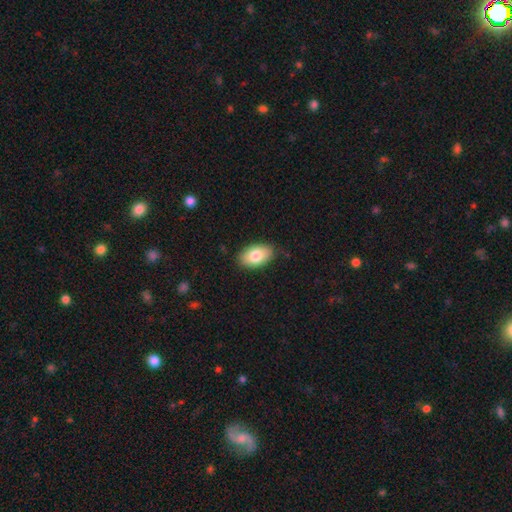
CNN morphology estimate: The model was most divided on "smooth or featured": smooth: 81%, featured or disk: 13%, star or artifact: 7%. More confident: how rounded — in between (93%); merging — none (85%).